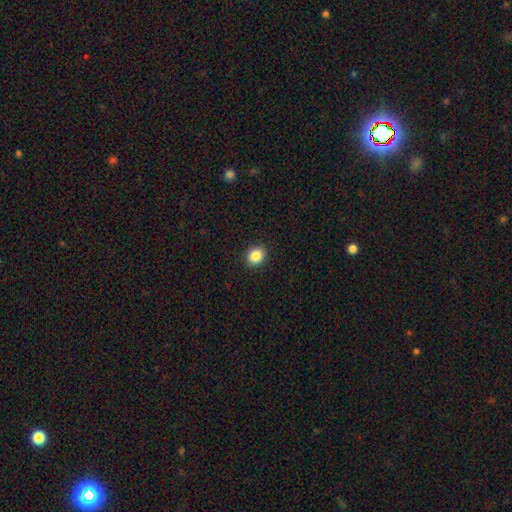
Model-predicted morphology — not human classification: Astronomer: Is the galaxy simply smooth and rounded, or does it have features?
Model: smooth — 86%.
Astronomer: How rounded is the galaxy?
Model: round — 62% (runner-up: in between, 37%).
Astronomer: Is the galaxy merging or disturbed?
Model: none — 91%.